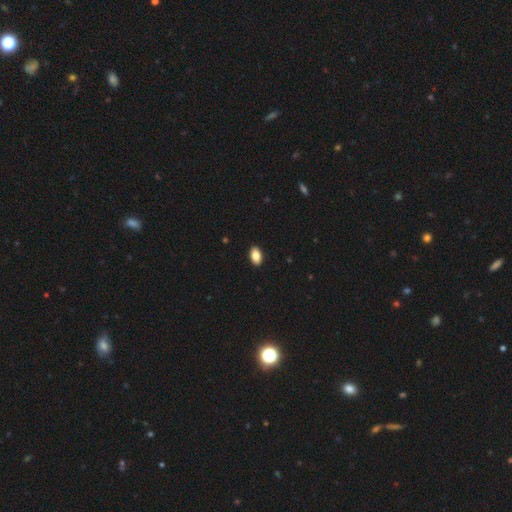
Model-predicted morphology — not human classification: Smooth or featured? smooth (85%)
How rounded? in between (93%)
Merging? none (91%)